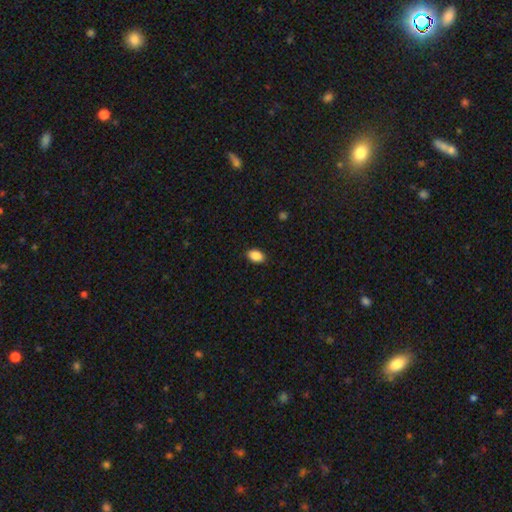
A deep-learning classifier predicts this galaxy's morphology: A smooth galaxy with no disk features (89%) that is in between round and cigar-shaped (88%). Merging: none (88%).